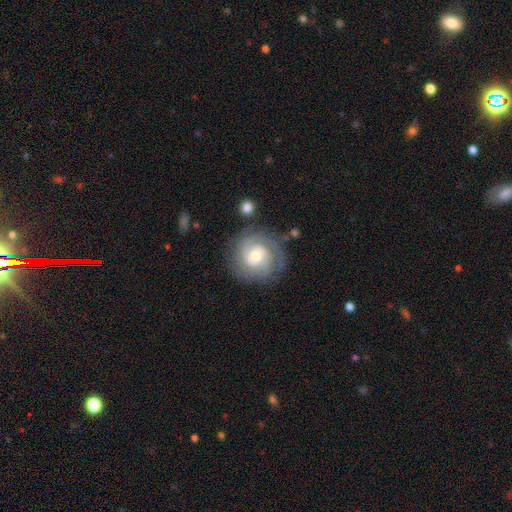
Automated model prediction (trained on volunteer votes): A featured or disk galaxy (80%) with no bar (65%), 2 (37%) tight (72%) spiral arms (94%) and a moderate central bulge (58%).

Vote fractions:
- Smooth or featured? featured or disk: 80% / smooth: 14% / star or artifact: 6%
- Edge-on disk? no: 98% / yes: 2%
- Bar? no: 65% / weak: 29% / strong: 6%
- Spiral arms? yes: 94% / no: 6%
- Spiral winding? tight: 72% / medium: 23% / loose: 5%
- Spiral arm count? 2: 37% / can't tell: 25% / 3: 23% / 4: 6% / 1: 5% / more than 4: 4%
- Bulge size? moderate: 58% / small: 35% / large: 5% / none: 1% / dominant: 1%
- Merging? none: 78% / minor disturbance: 13% / major disturbance: 6% / merger: 2%